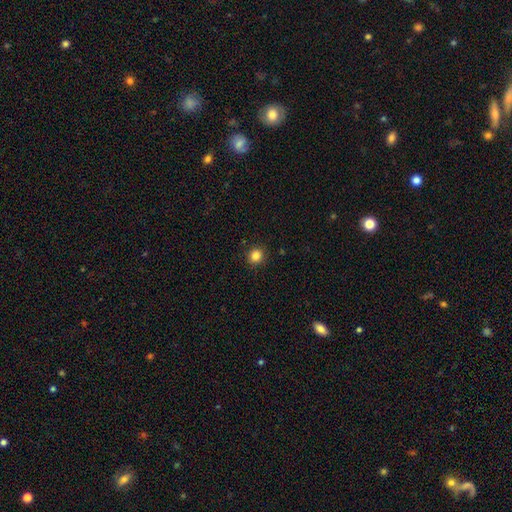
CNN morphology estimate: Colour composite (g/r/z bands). It shows a smooth galaxy with no disk features (84%) that is round (88%). Merging: none (92%).